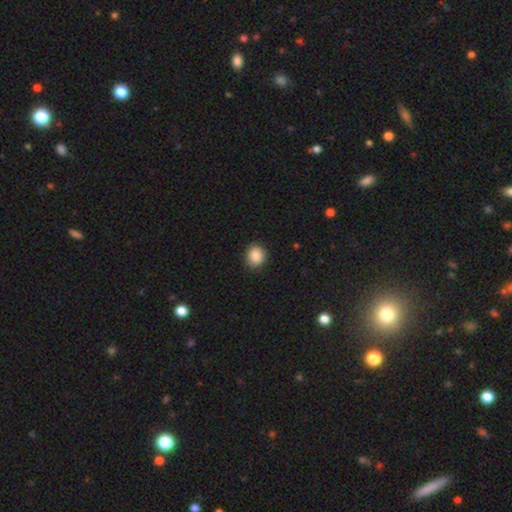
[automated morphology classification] type=smooth (87%); roundness=round (68%); merging=none (88%).